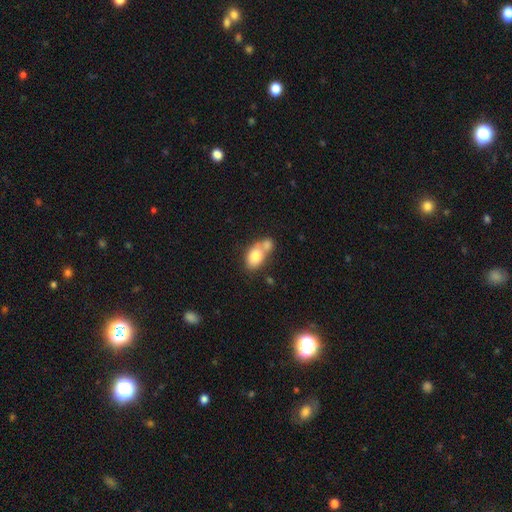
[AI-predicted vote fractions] Smooth or featured? smooth (77%)
How rounded? in between (82%)
Merging? merger (57%)